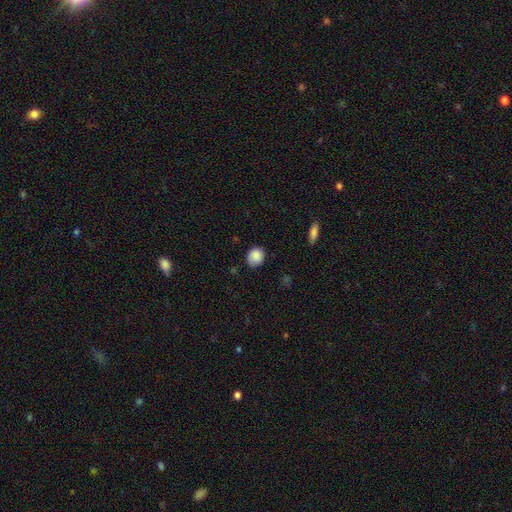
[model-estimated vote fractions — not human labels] The model was most divided on "how rounded": round: 75%, in between: 24%, cigar-shaped: 1%. More confident: smooth or featured — smooth (86%); merging — none (77%).